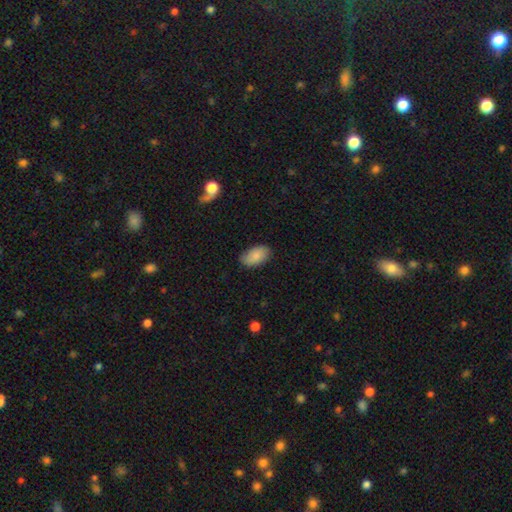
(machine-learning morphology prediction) The model was most divided on "merging": none: 83%, minor disturbance: 13%, major disturbance: 3%, merger: 1%. More confident: how rounded — in between (94%); smooth or featured — smooth (86%).